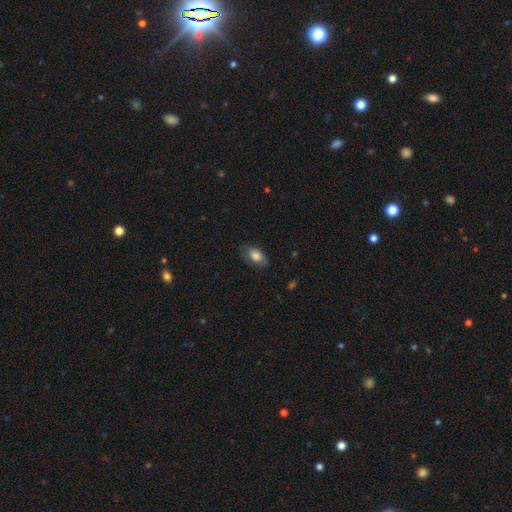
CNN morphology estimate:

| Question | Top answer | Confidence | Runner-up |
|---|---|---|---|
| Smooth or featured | smooth | 74% | featured or disk (19%) |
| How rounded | in between | 91% | round (6%) |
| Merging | none | 69% | minor disturbance (22%) |